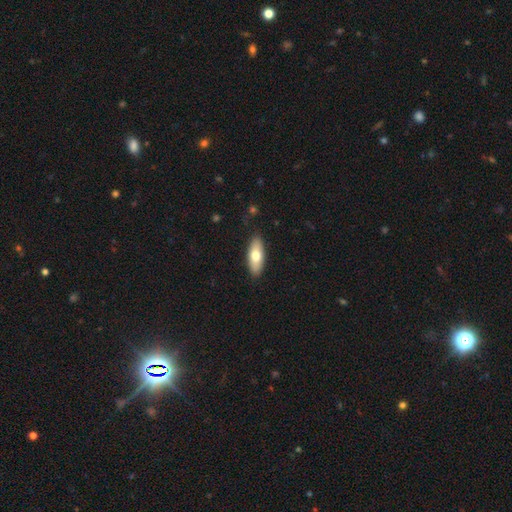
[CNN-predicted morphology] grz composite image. It shows a smooth galaxy with no disk features (69%) that is in between round and cigar-shaped (71%). Merging: none (87%).